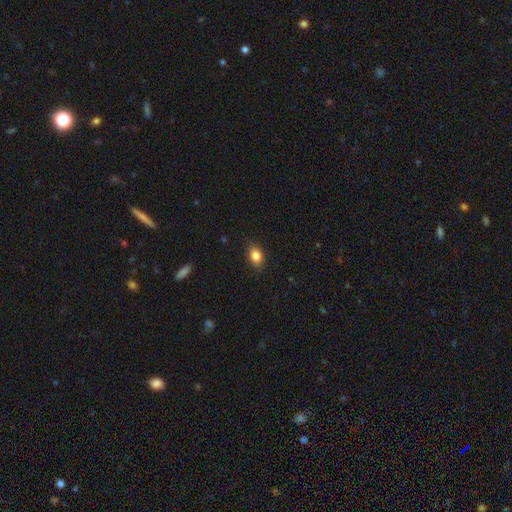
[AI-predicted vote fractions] smooth 85%, star or artifact 9%, featured or disk 6%. Down the decision tree: how rounded — in between (76%); merging — none (87%).